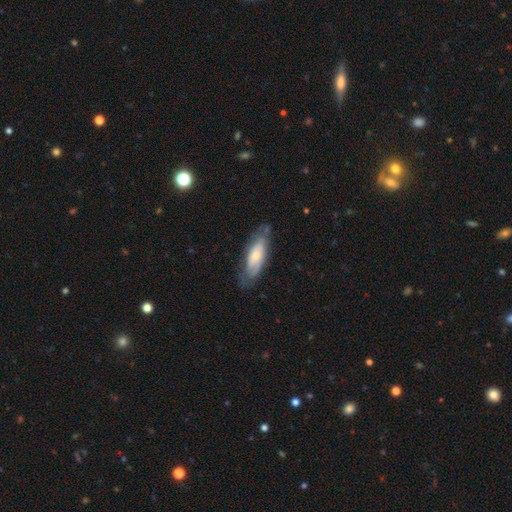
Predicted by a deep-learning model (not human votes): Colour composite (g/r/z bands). It shows a featured or disk galaxy (50%). Merging: none (65%).